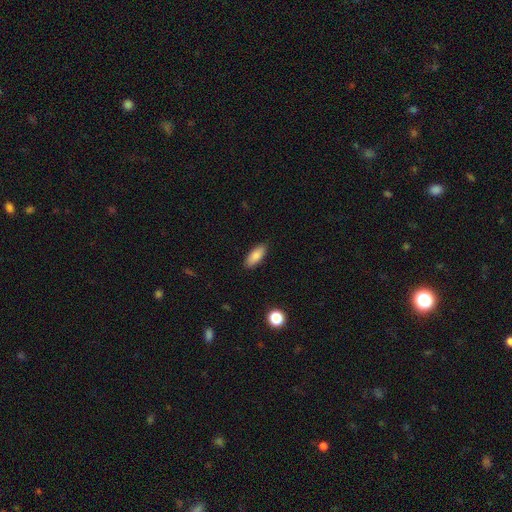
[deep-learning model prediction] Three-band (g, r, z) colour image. It shows a smooth galaxy with no disk features (84%) that is in between round and cigar-shaped (78%). Merging: none (88%).